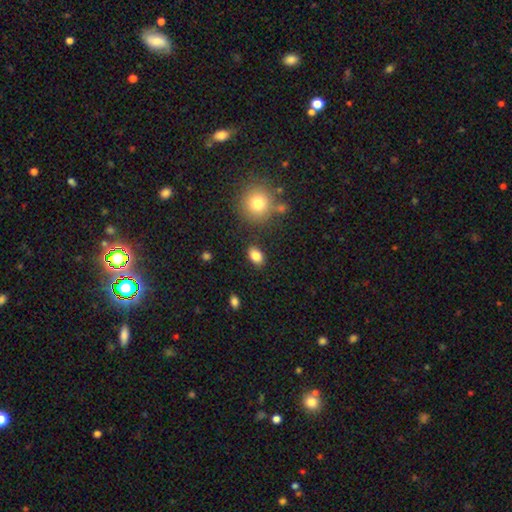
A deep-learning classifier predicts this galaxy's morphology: This is clearly a smooth galaxy (84%). How rounded: clearly in between (83%). Merging: clearly none (85%).